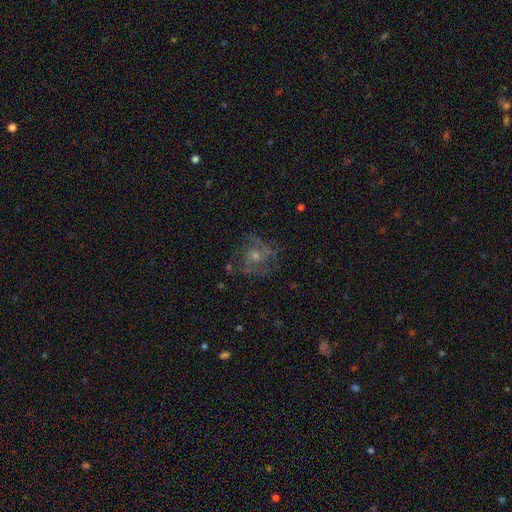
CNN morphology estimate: smooth_or_featured: featured or disk (p=0.64) [alt: smooth p=0.24]
disk_edge_on: no (p=0.97) [alt: yes p=0.03]
bar: no (p=0.76) [alt: weak p=0.21]
has_spiral_arms: yes (p=0.76) [alt: no p=0.24]
bulge_size: small (p=0.48) [alt: moderate p=0.42]
merging: none (p=0.60) [alt: minor disturbance p=0.20]